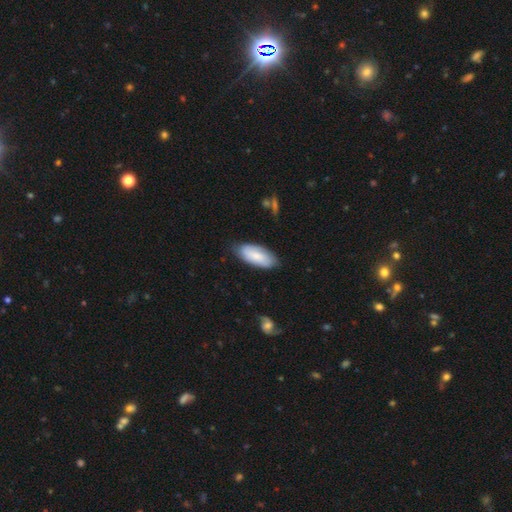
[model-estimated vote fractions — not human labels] smooth 71%, featured or disk 23%, star or artifact 6%. Down the decision tree: how rounded — in between (88%); merging — none (77%).